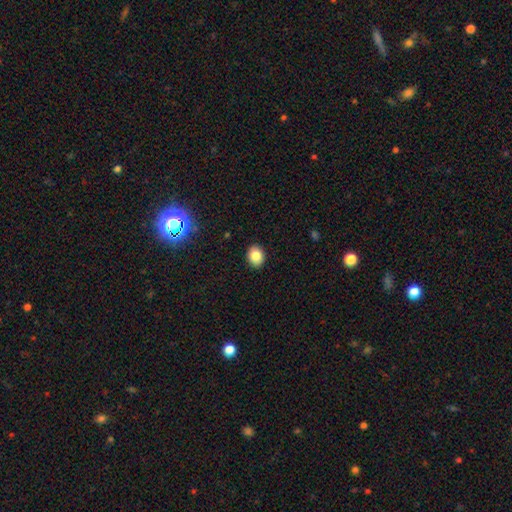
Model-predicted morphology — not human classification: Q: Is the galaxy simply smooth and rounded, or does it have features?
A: smooth — 84%.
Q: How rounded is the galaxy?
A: in between — 50%.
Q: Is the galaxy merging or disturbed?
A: none — 91%.